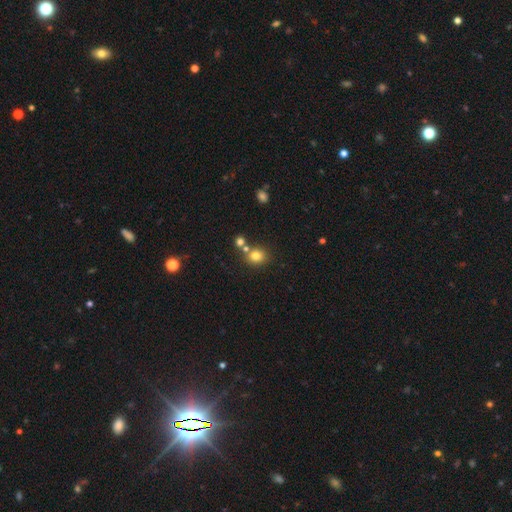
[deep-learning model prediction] smooth-or-featured: smooth: 79% | star or artifact: 14% | featured or disk: 8%
  how-rounded: round: 73% | in between: 26% | cigar-shaped: 1%
  merging: none: 66% | merger: 21% | minor disturbance: 10% | major disturbance: 3%